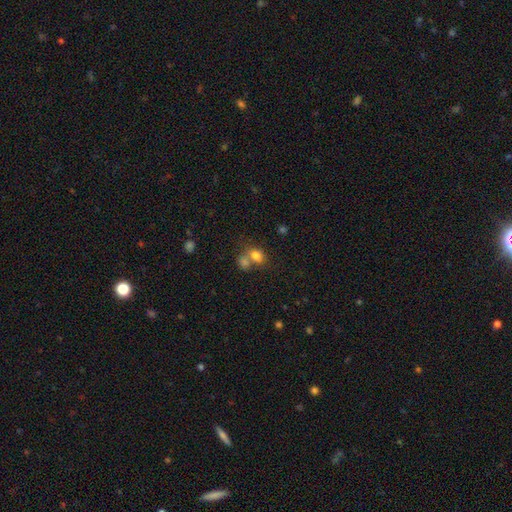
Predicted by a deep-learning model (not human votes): smooth-or-featured: smooth: 77% | star or artifact: 12% | featured or disk: 11%
  how-rounded: in between: 56% | round: 43% | cigar-shaped: 1%
  merging: merger: 54% | none: 33% | minor disturbance: 9% | major disturbance: 4%